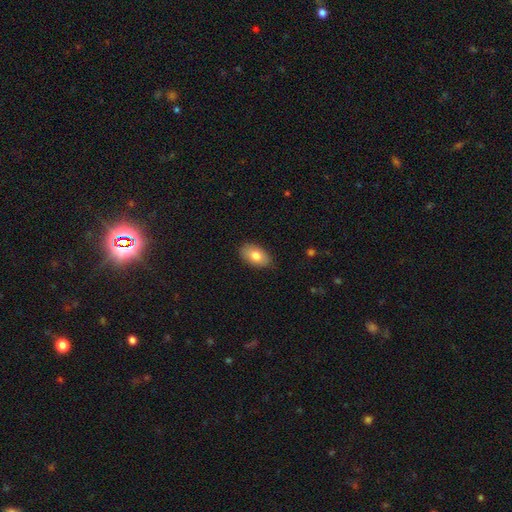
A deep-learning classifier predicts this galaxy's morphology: Smooth or featured: smooth — 79% (featured or disk — 14%)
How rounded: in between — 92% (round — 6%)
Merging: none — 84% (minor disturbance — 13%)